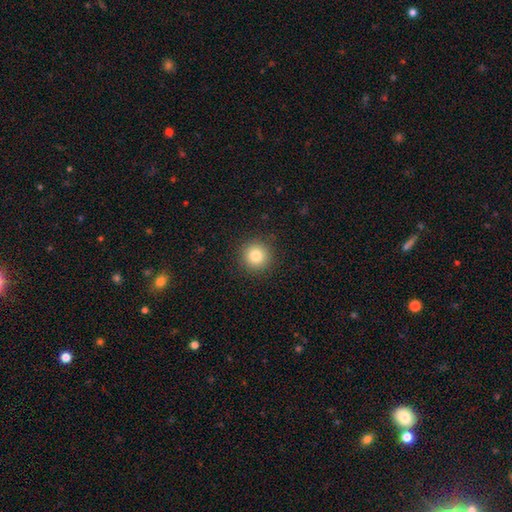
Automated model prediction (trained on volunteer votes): Smooth or featured? smooth (81%)
How rounded? round (95%)
Merging? none (91%)